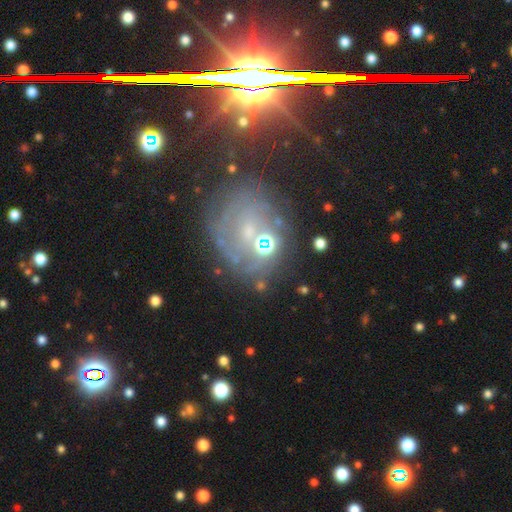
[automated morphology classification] Smooth or featured? Predicted: featured or disk (p=0.57). Edge-on disk? Predicted: no (p=0.96). Bar? Predicted: no (p=0.73). Spiral arms? Predicted: yes (p=0.52). Bulge size? Predicted: small (p=0.37). Merging? Predicted: none (p=0.49).